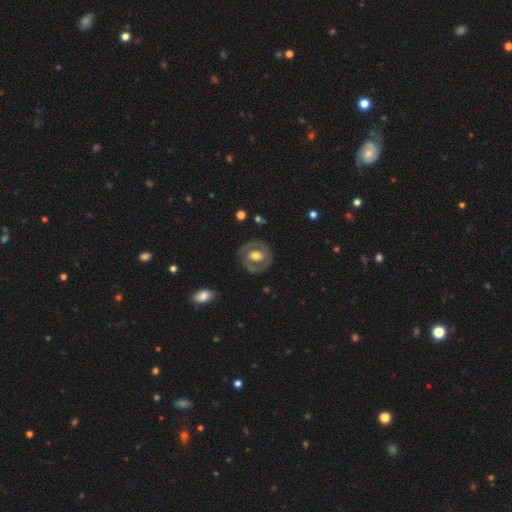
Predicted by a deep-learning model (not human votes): Smooth or featured? Predicted: featured or disk (p=0.67). Edge-on disk? Predicted: no (p=0.96). Bar? Predicted: no (p=0.52). Spiral arms? Predicted: no (p=0.51). Bulge size? Predicted: moderate (p=0.58). Merging? Predicted: none (p=0.79).